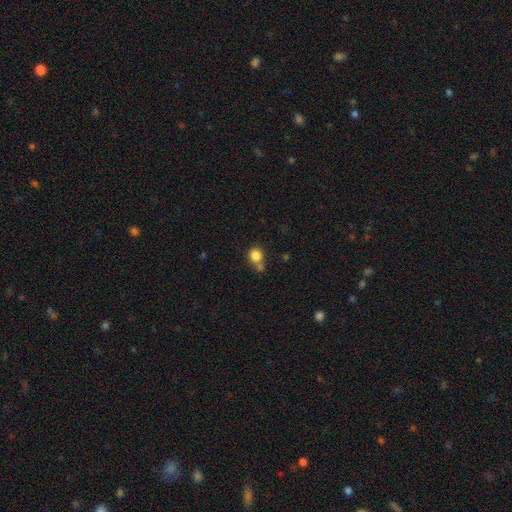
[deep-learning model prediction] Smooth or featured?
  - smooth: 83% *
  - star or artifact: 11%
  - featured or disk: 7%
How rounded?
  - round: 84% *
  - in between: 15%
  - cigar-shaped: 1%
Merging?
  - none: 56% *
  - merger: 28%
  - minor disturbance: 12%
  - major disturbance: 4%